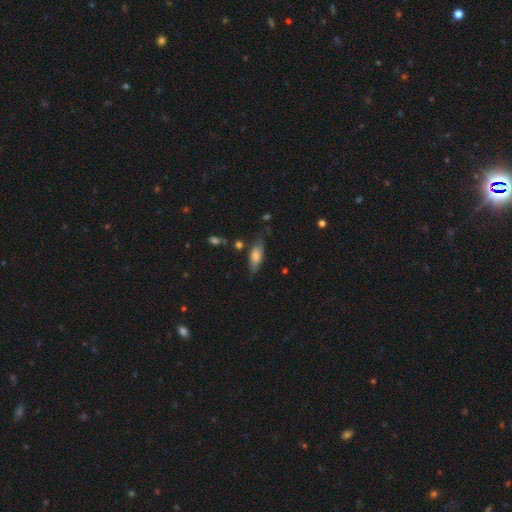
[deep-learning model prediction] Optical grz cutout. It shows a smooth galaxy with no disk features (67%) that is in between round and cigar-shaped (64%). Merging: none (70%).